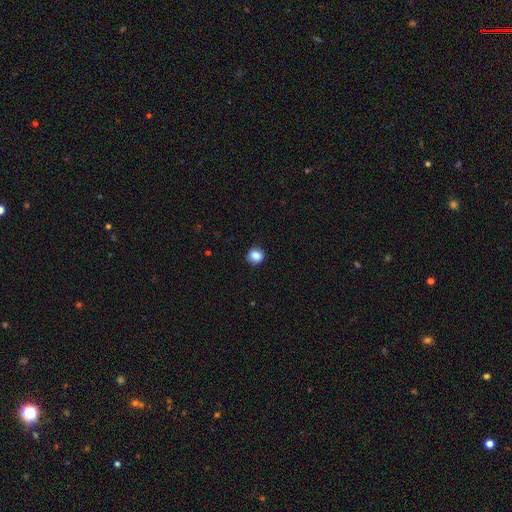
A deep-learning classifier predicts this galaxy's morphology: smooth_or_featured: smooth (p=0.87) [alt: star or artifact p=0.09]
how_rounded: round (p=0.80) [alt: in between p=0.19]
merging: none (p=0.87) [alt: minor disturbance p=0.10]